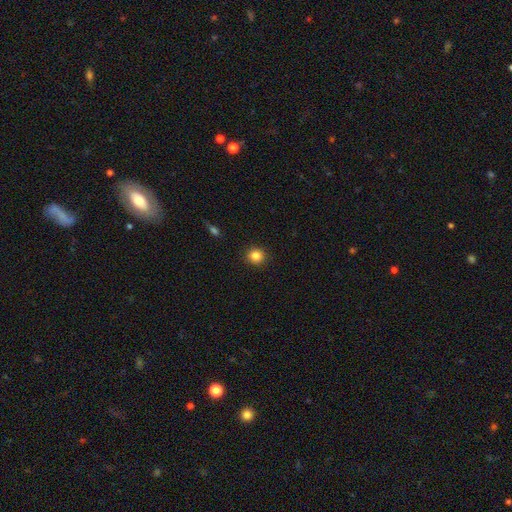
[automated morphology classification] Q: Smooth or featured?
A: smooth (84%); runner-up: star or artifact (11%)
Q: How rounded?
A: round (90%); runner-up: in between (9%)
Q: Merging?
A: none (91%); runner-up: minor disturbance (6%)